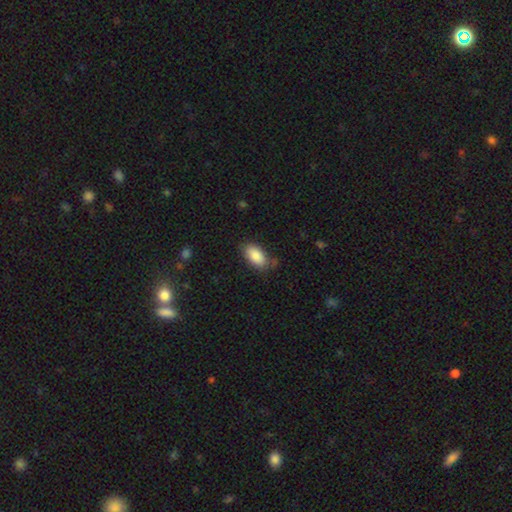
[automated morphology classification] A smooth galaxy with no disk features (86%) that is in between round and cigar-shaped (92%). Merging: none (76%).